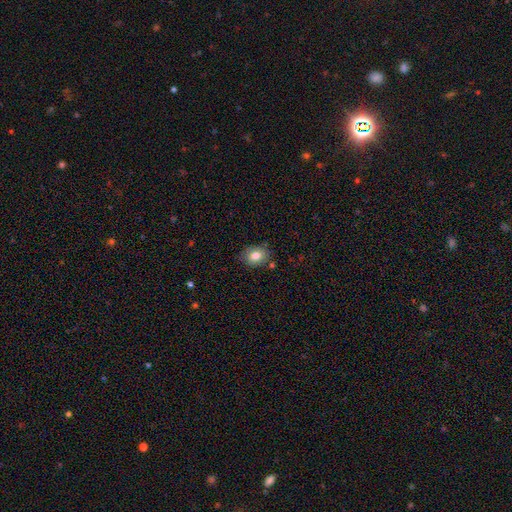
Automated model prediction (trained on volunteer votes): The model was most divided on "how rounded": in between: 63%, round: 36%, cigar-shaped: 1%. More confident: smooth or featured — smooth (80%); merging — none (78%).